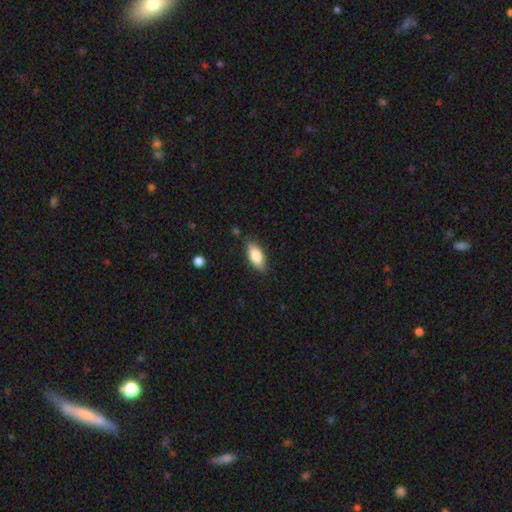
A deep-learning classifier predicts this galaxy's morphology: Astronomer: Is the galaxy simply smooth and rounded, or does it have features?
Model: smooth — 83%.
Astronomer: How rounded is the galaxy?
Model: in between — 86%.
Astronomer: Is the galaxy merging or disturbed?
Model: none — 84%.